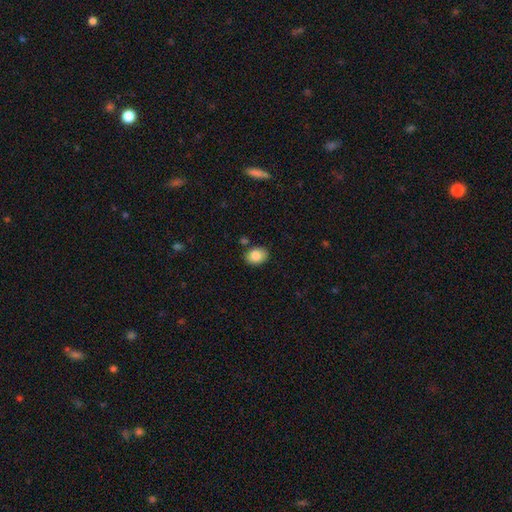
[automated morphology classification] Q: Smooth or featured?
A: smooth (86%); runner-up: star or artifact (8%)
Q: How rounded?
A: in between (67%); runner-up: round (32%)
Q: Merging?
A: none (82%); runner-up: minor disturbance (11%)